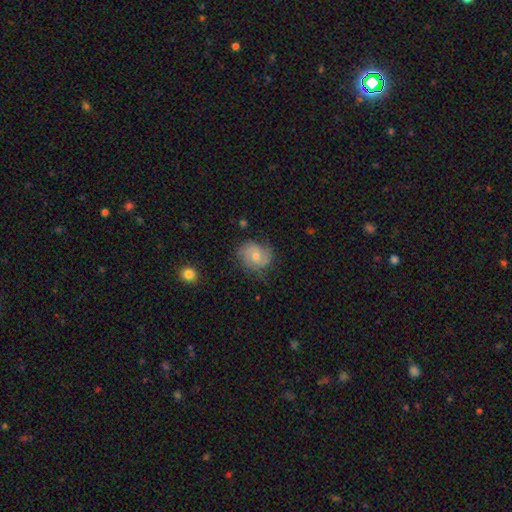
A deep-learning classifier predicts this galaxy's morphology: This is possibly a featured or disk galaxy (53%). It is clearly not viewed edge-on (97%). Bar: likely no (71%). Spiral arm pattern: clearly yes (85%). Central bulge: possibly moderate (55%). Merging: likely none (69%).